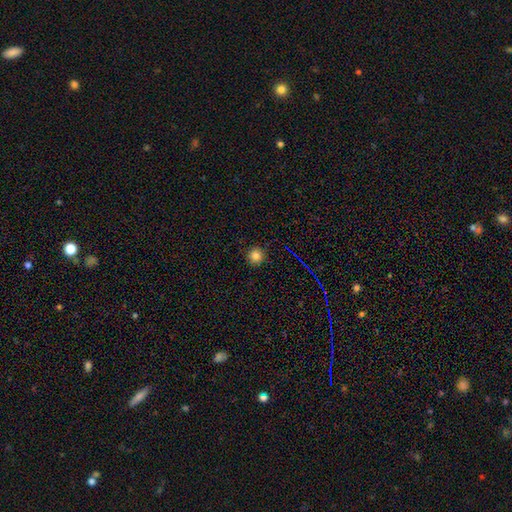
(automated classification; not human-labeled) smooth-or-featured: smooth: 80% | star or artifact: 14% | featured or disk: 6%
  how-rounded: round: 94% | in between: 5% | cigar-shaped: 1%
  merging: none: 91% | minor disturbance: 6% | major disturbance: 2% | merger: 1%